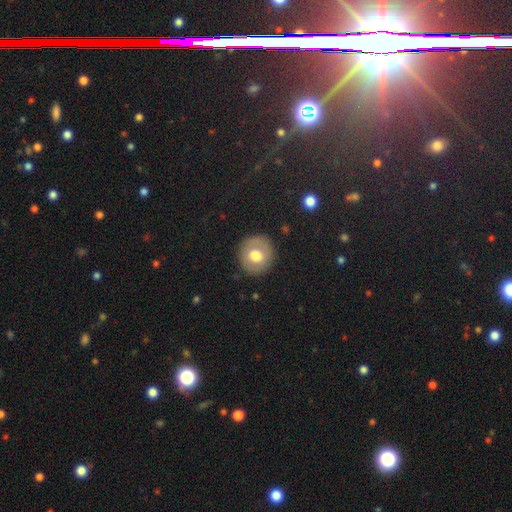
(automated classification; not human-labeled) A smooth galaxy with no disk features (67%) that is round (90%).

Vote fractions:
- Smooth or featured? smooth: 67% / featured or disk: 24% / star or artifact: 8%
- How rounded? round: 90% / in between: 9% / cigar-shaped: 1%
- Merging? none: 88% / minor disturbance: 8% / major disturbance: 3% / merger: 1%